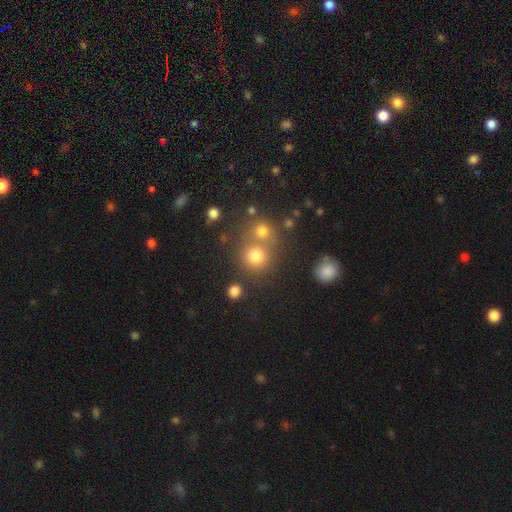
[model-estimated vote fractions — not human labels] smooth_or_featured: smooth (p=0.76) [alt: star or artifact p=0.16]
how_rounded: round (p=0.88) [alt: in between p=0.11]
merging: none (p=0.58) [alt: merger p=0.30]